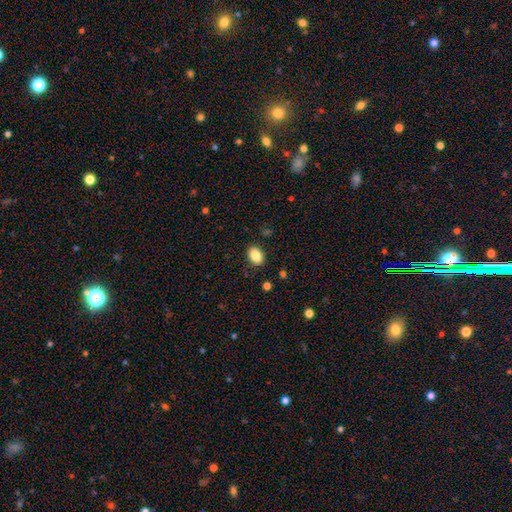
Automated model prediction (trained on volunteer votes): smooth 87%, star or artifact 8%, featured or disk 5%. Down the decision tree: how rounded — in between (84%); merging — none (87%).